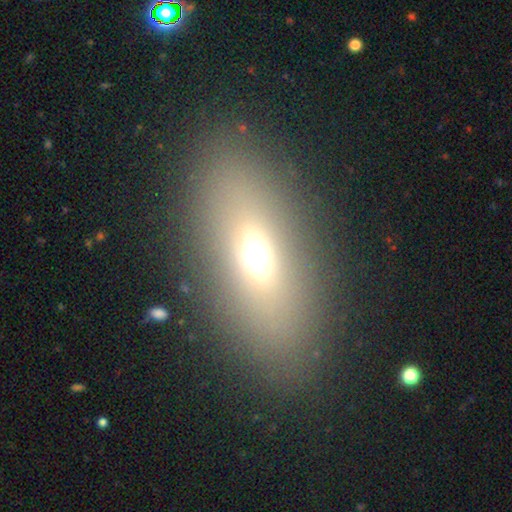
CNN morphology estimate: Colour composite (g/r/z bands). It shows a smooth galaxy with no disk features (56%) that is in between round and cigar-shaped (78%). Merging: none (82%).